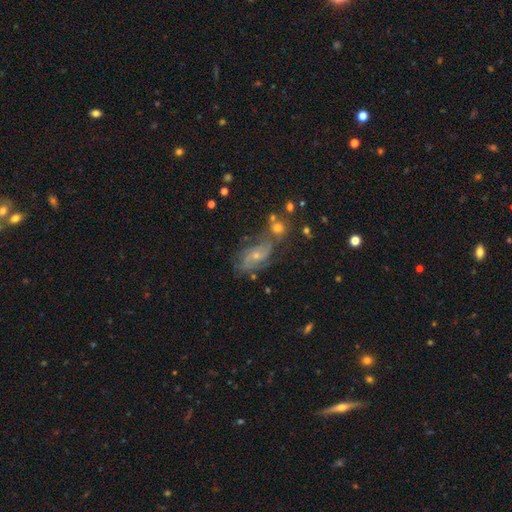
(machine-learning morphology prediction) Smooth or featured?
  - featured or disk: 74% *
  - smooth: 16%
  - star or artifact: 9%
Edge-on disk?
  - no: 96% *
  - yes: 4%
Bar?
  - no: 59% *
  - weak: 34%
  - strong: 7%
Spiral arms?
  - yes: 92% *
  - no: 8%
Spiral winding?
  - medium: 47% *
  - loose: 27%
  - tight: 26%
Spiral arm count?
  - 2: 58% *
  - can't tell: 19%
  - 3: 12%
  - 1: 4%
  - 4: 4%
  - more than 4: 3%
Bulge size?
  - small: 64% *
  - moderate: 31%
  - none: 2%
  - large: 2%
  - dominant: 1%
Merging?
  - none: 48% *
  - minor disturbance: 23%
  - merger: 16%
  - major disturbance: 14%